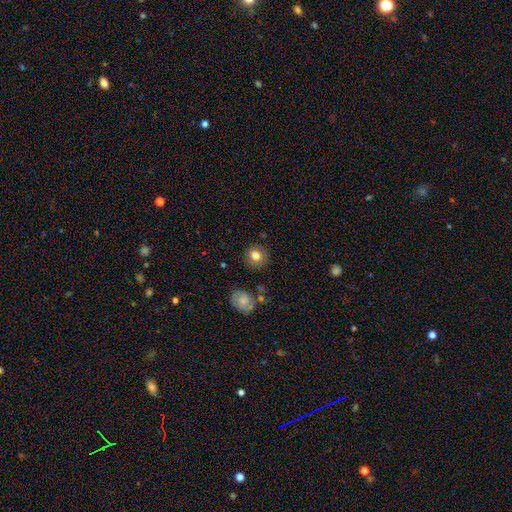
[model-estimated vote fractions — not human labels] Overall: smooth (80%). How rounded: round (85%). Merging: none (86%).